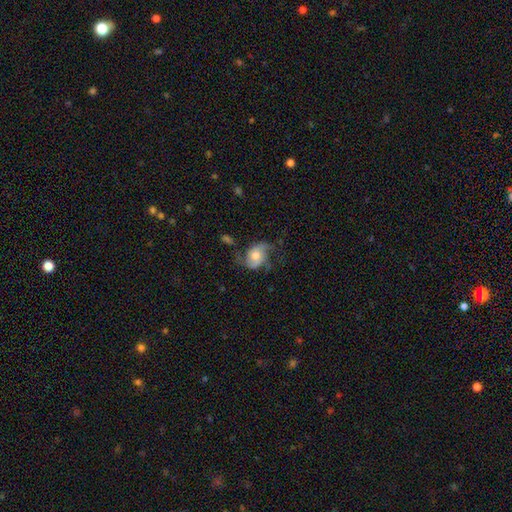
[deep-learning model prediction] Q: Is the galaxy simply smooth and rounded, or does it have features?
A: featured or disk — 61%.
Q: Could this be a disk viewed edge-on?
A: no — 96%.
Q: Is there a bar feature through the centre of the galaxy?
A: no — 71%.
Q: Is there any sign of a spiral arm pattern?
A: yes — 84%.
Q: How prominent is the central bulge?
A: moderate — 68%.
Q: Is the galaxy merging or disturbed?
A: none — 48%.